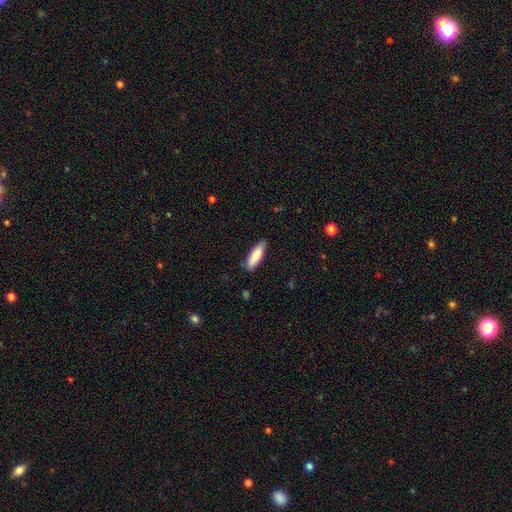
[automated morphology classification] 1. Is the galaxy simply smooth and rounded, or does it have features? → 85% smooth, 9% featured or disk, 5% star or artifact.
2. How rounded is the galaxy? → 56% cigar-shaped, 43% in between, 1% round.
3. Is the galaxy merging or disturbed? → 84% none, 13% minor disturbance, 2% major disturbance, 1% merger.